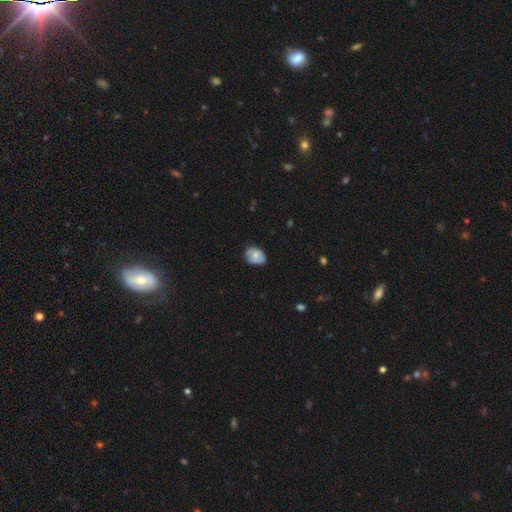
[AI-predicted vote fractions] This is likely a smooth galaxy (66%). How rounded: likely in between (67%). Merging: likely none (63%).